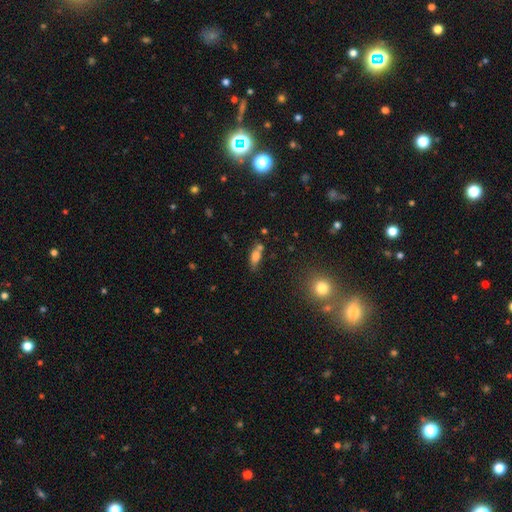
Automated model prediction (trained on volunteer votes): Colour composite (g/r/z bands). It shows a smooth galaxy with no disk features (71%) that is in between round and cigar-shaped (72%). Merging: none (52%).